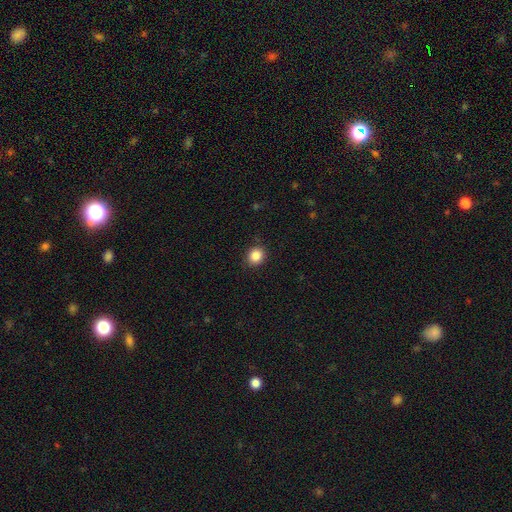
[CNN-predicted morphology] A smooth galaxy with no disk features (86%) that is round (75%). Merging: none (89%).